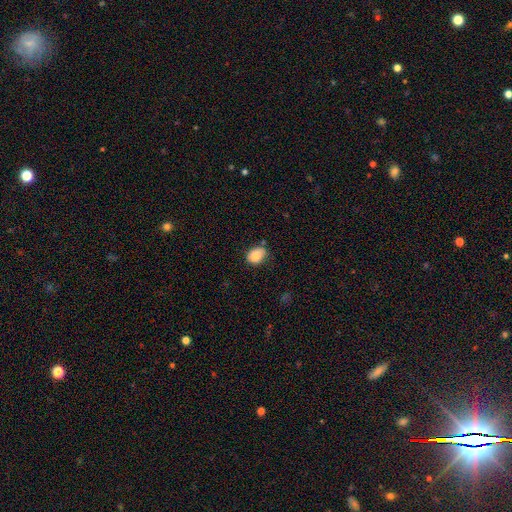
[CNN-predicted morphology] This appears to be a smooth galaxy with no disk features (84%) that is in between round and cigar-shaped (61%). Merging: none (62%).